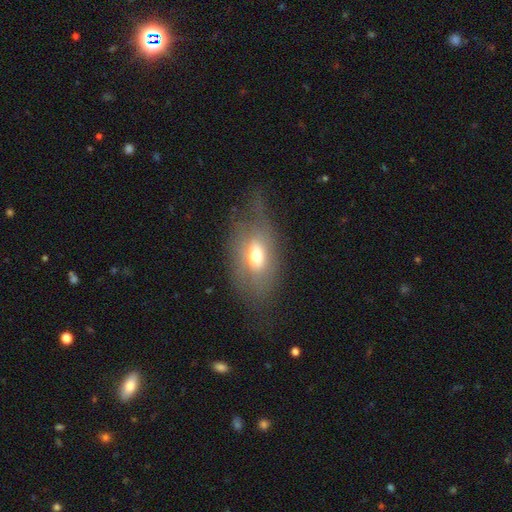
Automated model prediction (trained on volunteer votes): The model was most divided on "merging": none: 48%, minor disturbance: 26%, major disturbance: 24%, merger: 2%. More confident: how rounded — in between (84%); smooth or featured — smooth (57%).